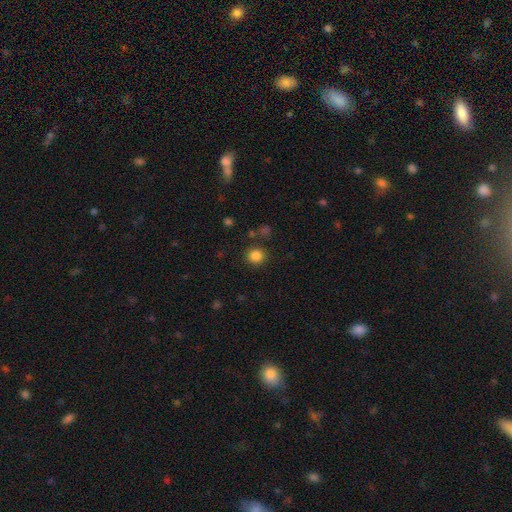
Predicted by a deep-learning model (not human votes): Q: Smooth or featured?
A: smooth (84%); runner-up: star or artifact (12%)
Q: How rounded?
A: round (90%); runner-up: in between (9%)
Q: Merging?
A: none (86%); runner-up: minor disturbance (7%)